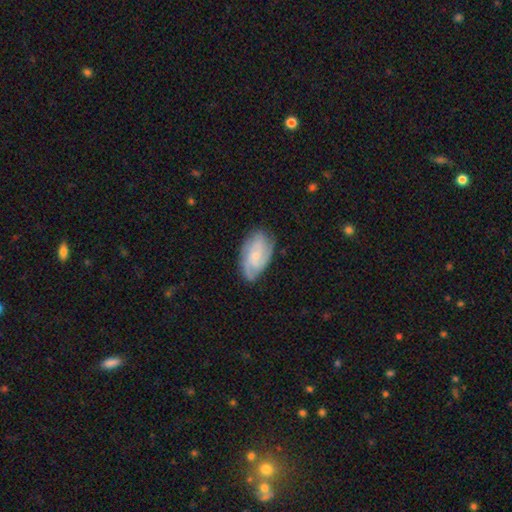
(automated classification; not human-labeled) This is likely a featured or disk galaxy (75%). It is clearly not viewed edge-on (96%). Bar: likely no (67%). Spiral arm pattern: clearly yes (95%). Spiral arm count: marginally 3 (37%). Spiral winding: possibly tight (57%). Central bulge: likely small (65%). Merging: likely none (73%).